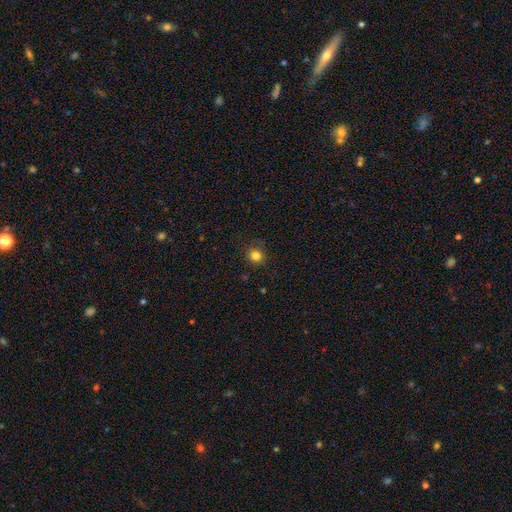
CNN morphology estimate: A smooth galaxy with no disk features (82%) that is round (90%).

Vote fractions:
- Smooth or featured? smooth: 82% / star or artifact: 14% / featured or disk: 5%
- How rounded? round: 90% / in between: 9% / cigar-shaped: 1%
- Merging? none: 88% / minor disturbance: 9% / major disturbance: 3% / merger: 1%